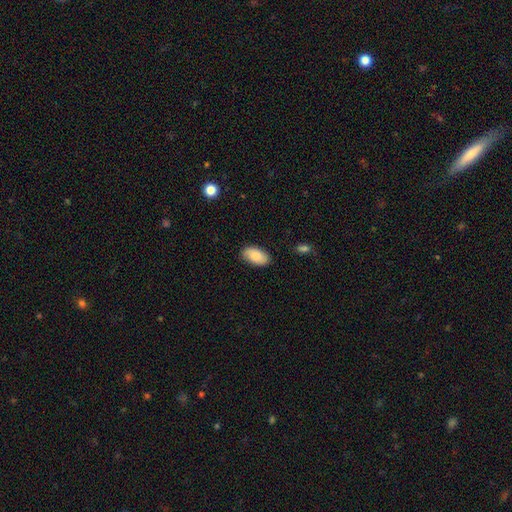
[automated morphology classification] smooth 87%, featured or disk 7%, star or artifact 6%. Down the decision tree: how rounded — in between (95%); merging — none (84%).